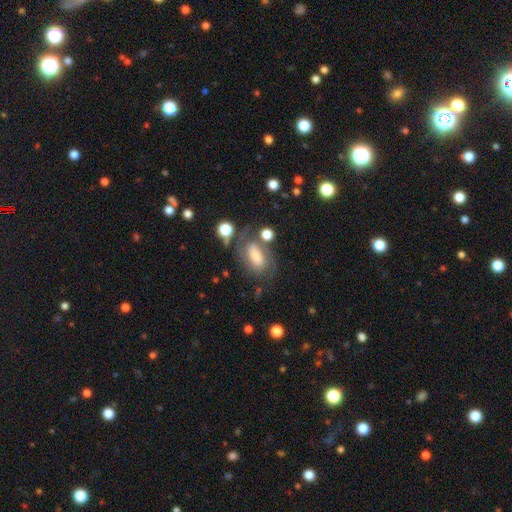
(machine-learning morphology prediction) A featured or disk galaxy (53%).

Vote fractions:
- Smooth or featured? featured or disk: 53% / smooth: 37% / star or artifact: 10%
- Edge-on disk? no: 94% / yes: 6%
- Merging? none: 51% / minor disturbance: 21% / major disturbance: 17% / merger: 10%